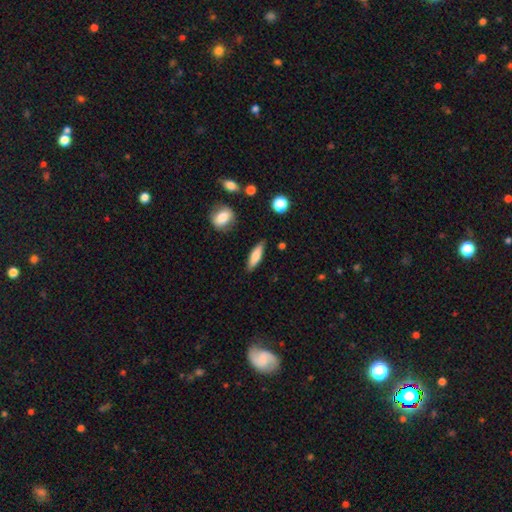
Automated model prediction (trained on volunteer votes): Smooth or featured? Predicted: smooth (p=0.75). How rounded? Predicted: cigar-shaped (p=0.53). Merging? Predicted: none (p=0.83).